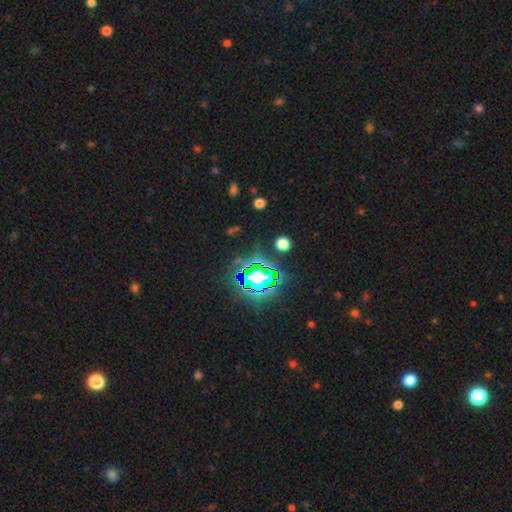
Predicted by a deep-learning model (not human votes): star or artifact 81%, smooth 12%, featured or disk 7%.